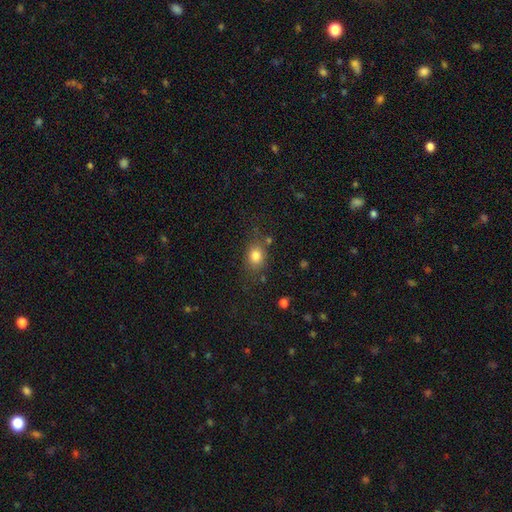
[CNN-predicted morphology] Overall: smooth (81%). How rounded: in between (51%; round 48%). Merging: none (73%).